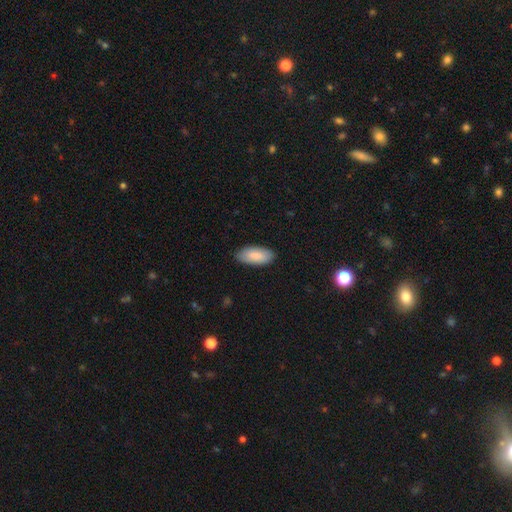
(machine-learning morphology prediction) Overall: smooth (88%). How rounded: in between (89%). Merging: none (87%).